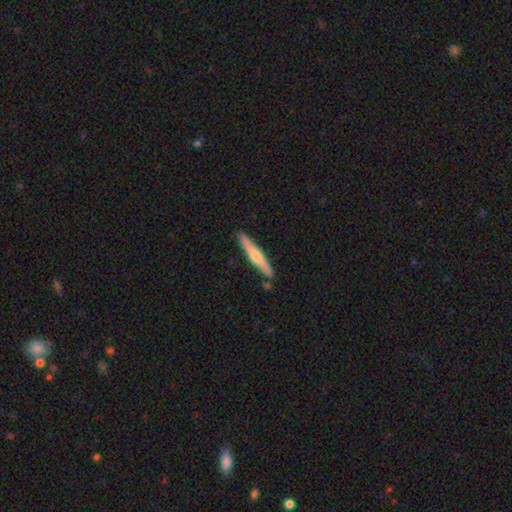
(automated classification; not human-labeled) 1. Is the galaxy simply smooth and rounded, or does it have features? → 48% smooth, 47% featured or disk, 5% star or artifact.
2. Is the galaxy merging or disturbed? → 87% none, 8% minor disturbance, 3% merger, 2% major disturbance.